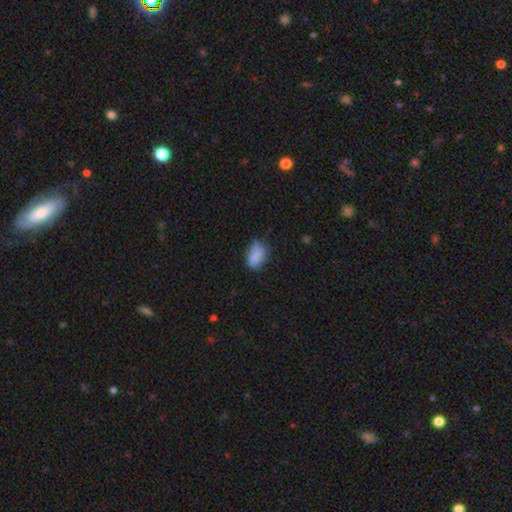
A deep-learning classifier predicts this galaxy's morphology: A smooth galaxy with no disk features (82%) that is in between round and cigar-shaped (88%). Merging: none (54%).